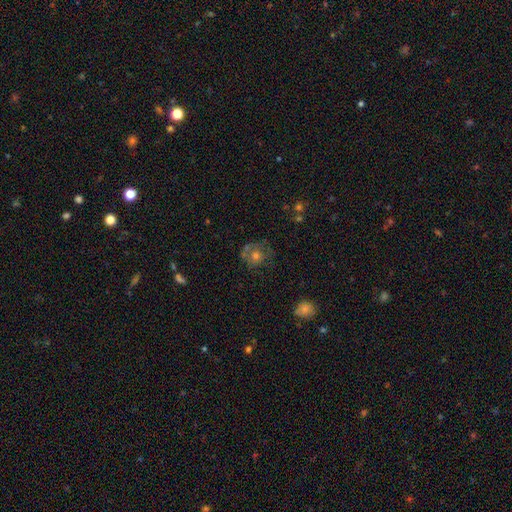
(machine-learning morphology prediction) The model was most divided on "smooth or featured": smooth: 45%, featured or disk: 39%, star or artifact: 16%. More confident: merging — none (65%).